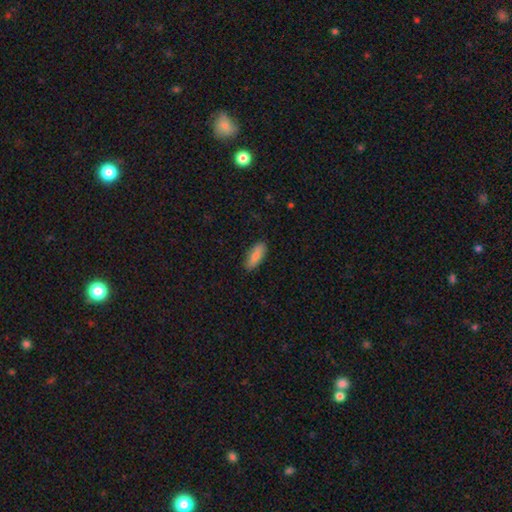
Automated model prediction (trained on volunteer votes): This is clearly a smooth galaxy (84%). How rounded: likely in between (69%). Merging: clearly none (84%).